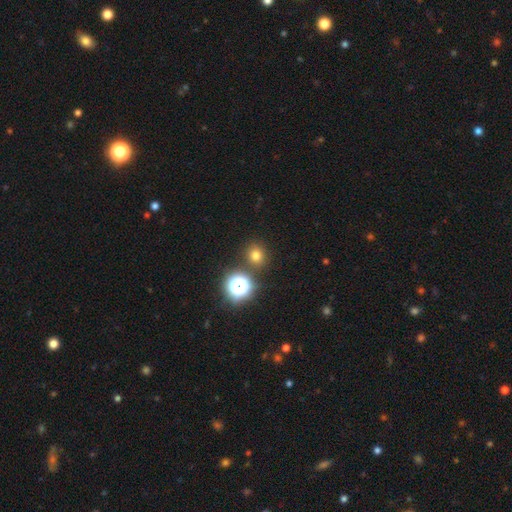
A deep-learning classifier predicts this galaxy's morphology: Smooth or featured: smooth — 71% (star or artifact — 23%)
How rounded: round — 86% (in between — 13%)
Merging: none — 85% (minor disturbance — 7%)